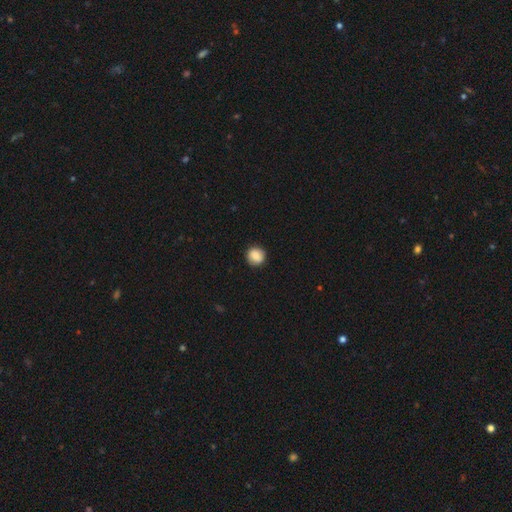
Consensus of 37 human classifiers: Smooth or featured?
  - smooth: 86% *
  - featured or disk: 11%
  - star or artifact: 3%
How rounded?
  - round: 91% *
  - in between: 9%
  - cigar-shaped: 0%
Merging?
  - none: 92% *
  - minor disturbance: 8%
  - major disturbance: 0%
  - merger: 0%